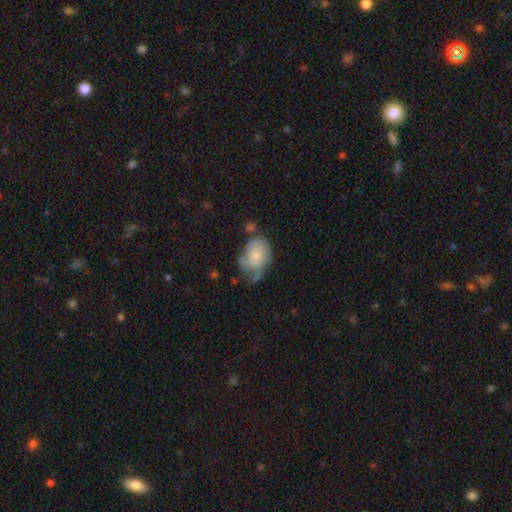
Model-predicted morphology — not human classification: smooth_or_featured: smooth (p=0.52) [alt: featured or disk p=0.40]
how_rounded: in between (p=0.69) [alt: round p=0.29]
merging: none (p=0.35) [alt: minor disturbance p=0.34]